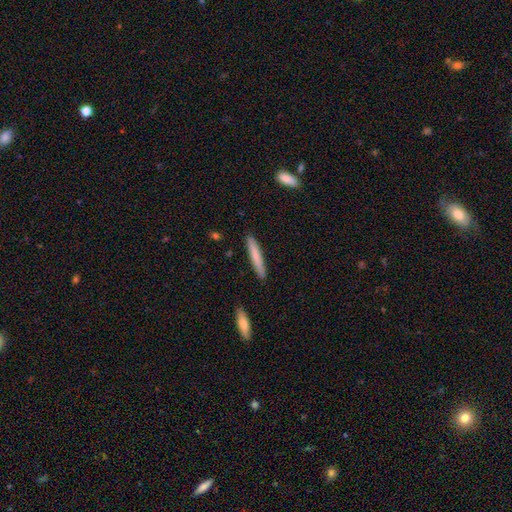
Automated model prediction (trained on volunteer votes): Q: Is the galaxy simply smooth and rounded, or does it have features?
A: smooth — 76%.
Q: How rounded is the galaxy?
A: cigar-shaped — 94%.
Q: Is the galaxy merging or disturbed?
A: none — 90%.